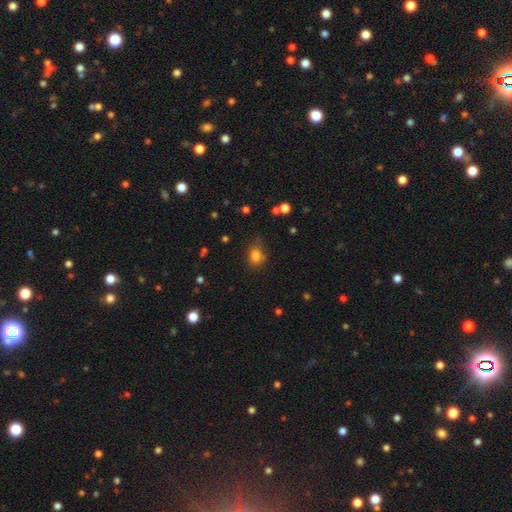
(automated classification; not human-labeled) smooth_or_featured: smooth (p=0.79) [alt: star or artifact p=0.14]
how_rounded: in between (p=0.53) [alt: round p=0.45]
merging: none (p=0.67) [alt: minor disturbance p=0.21]